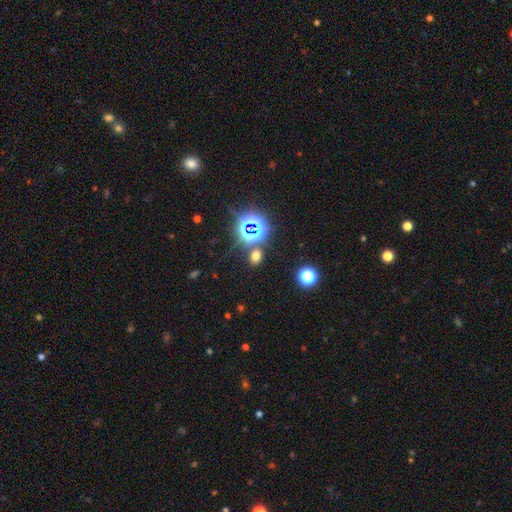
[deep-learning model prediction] Smooth or featured?
  - smooth: 55% *
  - star or artifact: 38%
  - featured or disk: 7%
How rounded?
  - in between: 57% *
  - round: 41%
  - cigar-shaped: 2%
Merging?
  - none: 80% *
  - minor disturbance: 9%
  - merger: 8%
  - major disturbance: 4%